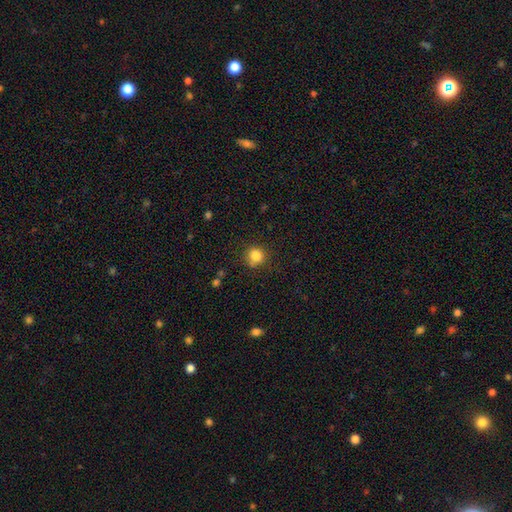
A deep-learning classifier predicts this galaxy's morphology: smooth_or_featured: smooth (p=0.83) [alt: star or artifact p=0.12]
how_rounded: round (p=0.90) [alt: in between p=0.09]
merging: none (p=0.78) [alt: minor disturbance p=0.14]